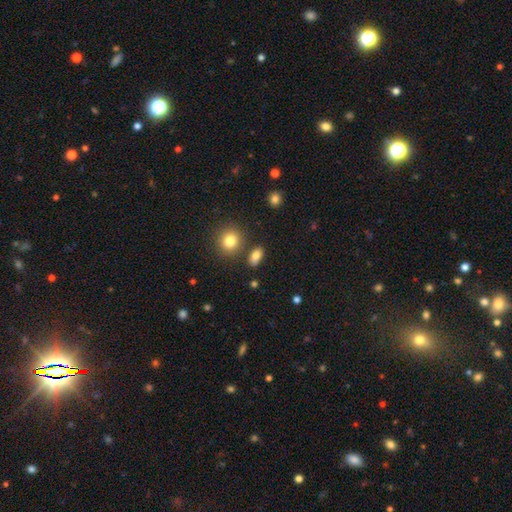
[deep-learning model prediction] This appears to be a smooth galaxy with no disk features (83%) that is in between round and cigar-shaped (82%). Merging: none (80%).